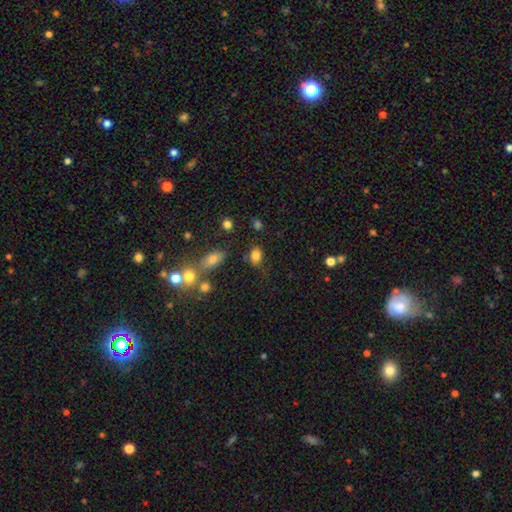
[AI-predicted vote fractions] Smooth or featured? Predicted: smooth (p=0.82). How rounded? Predicted: in between (p=0.76). Merging? Predicted: none (p=0.69).